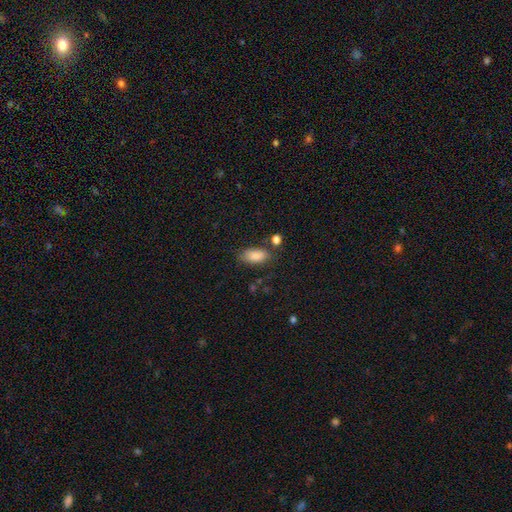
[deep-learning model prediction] Morphology: type=smooth (87%); roundness=in between (91%); merging=none (72%).